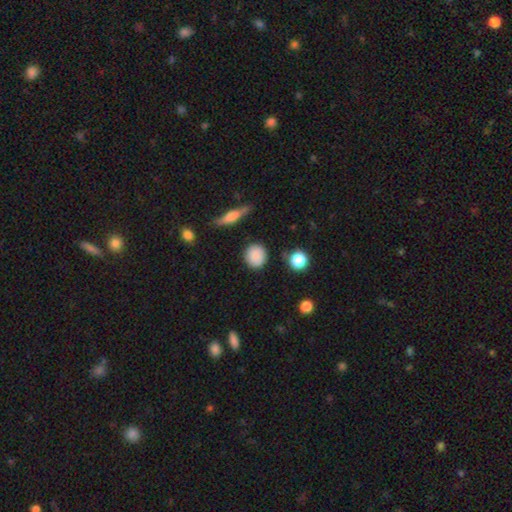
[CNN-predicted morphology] Smooth or featured: smooth — 85% (star or artifact — 9%)
How rounded: round — 83% (in between — 15%)
Merging: none — 85% (minor disturbance — 10%)